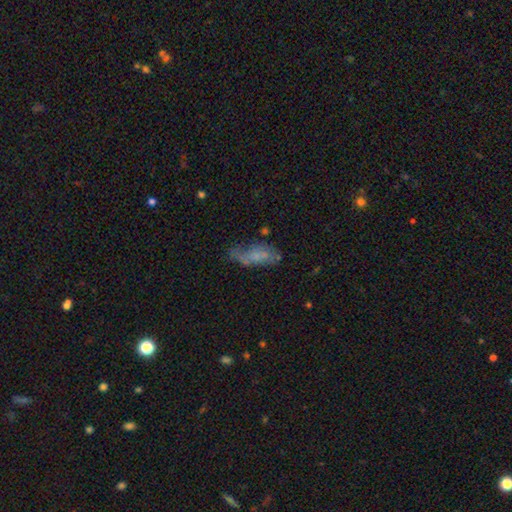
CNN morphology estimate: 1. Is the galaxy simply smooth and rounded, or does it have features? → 47% smooth, 40% featured or disk, 13% star or artifact.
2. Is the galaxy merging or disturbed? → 47% none, 27% minor disturbance, 21% major disturbance, 5% merger.